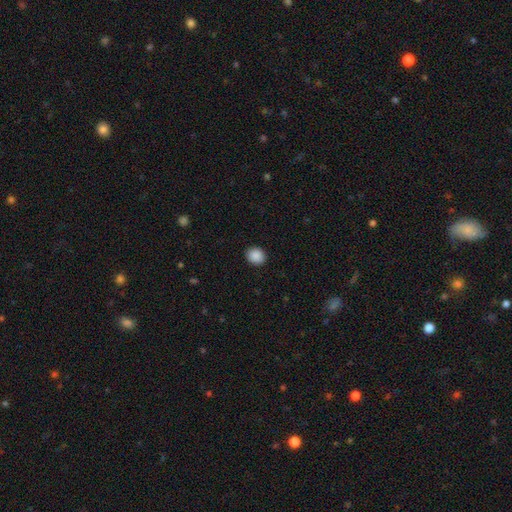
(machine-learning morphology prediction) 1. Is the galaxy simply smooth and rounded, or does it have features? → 89% smooth, 8% star or artifact, 2% featured or disk.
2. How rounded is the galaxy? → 77% round, 22% in between, 1% cigar-shaped.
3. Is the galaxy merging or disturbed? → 91% none, 6% minor disturbance, 2% major disturbance, 1% merger.